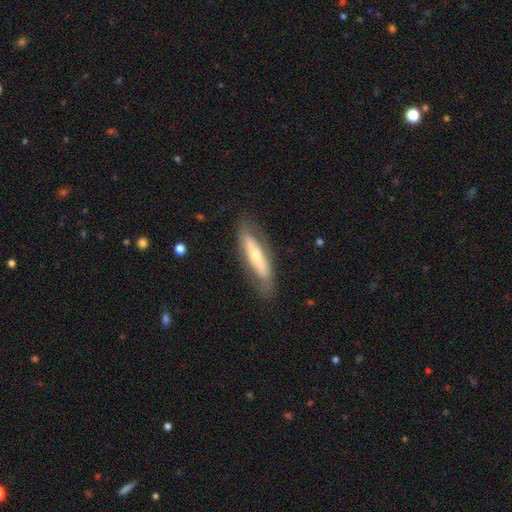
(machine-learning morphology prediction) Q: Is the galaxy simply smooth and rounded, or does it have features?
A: featured or disk — 50%.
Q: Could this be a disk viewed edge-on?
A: yes — 57%.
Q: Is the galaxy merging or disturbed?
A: none — 75%.